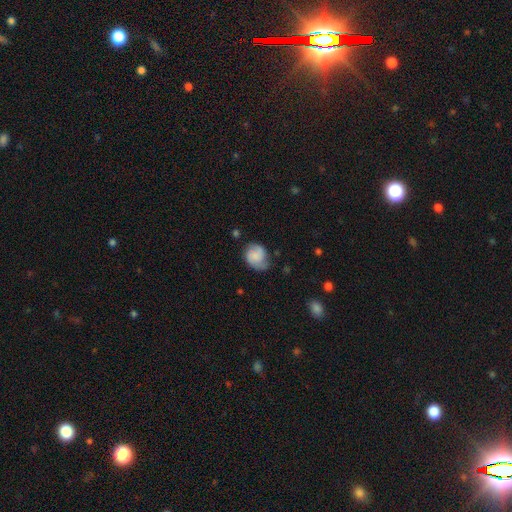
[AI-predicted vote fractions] A smooth galaxy with no disk features (48%). Merging: none (57%).